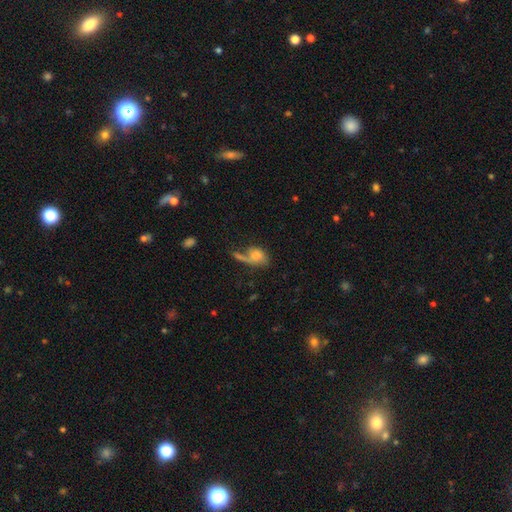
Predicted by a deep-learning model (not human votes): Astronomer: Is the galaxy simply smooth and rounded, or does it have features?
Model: smooth — 64%.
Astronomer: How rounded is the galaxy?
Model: in between — 69%.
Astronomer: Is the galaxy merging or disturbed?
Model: none — 32% (runner-up: merger, 27%).